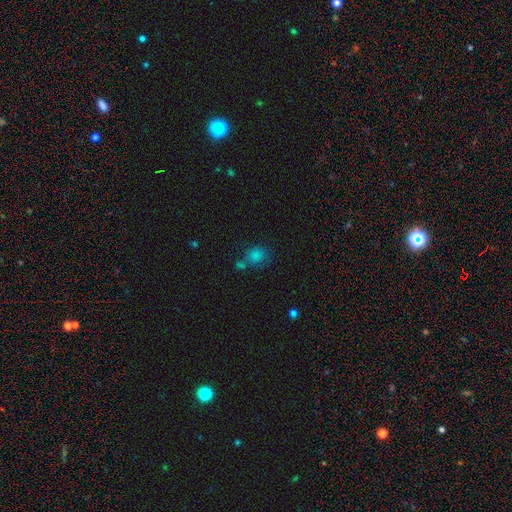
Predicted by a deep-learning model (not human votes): This appears to be a smooth galaxy with no disk features (79%) that is round (67%). Merging: none (47%).